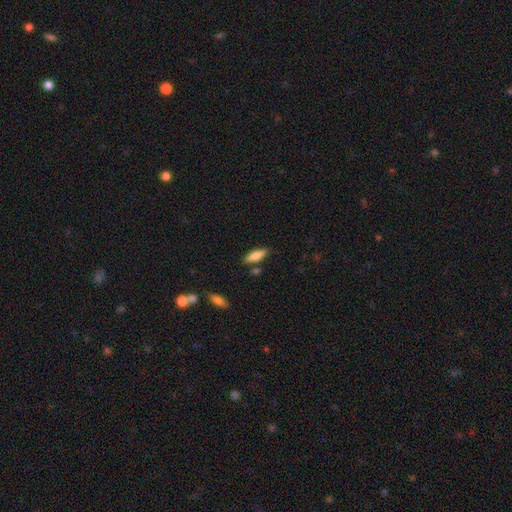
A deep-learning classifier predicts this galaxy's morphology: Smooth or featured? Predicted: smooth (p=0.75). How rounded? Predicted: in between (p=0.59). Merging? Predicted: none (p=0.80).